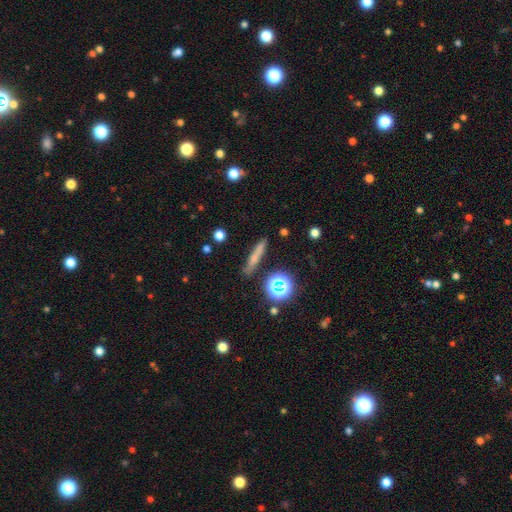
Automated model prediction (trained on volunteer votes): smooth 64%, featured or disk 21%, star or artifact 15%. Down the decision tree: how rounded — cigar-shaped (86%); merging — none (84%).